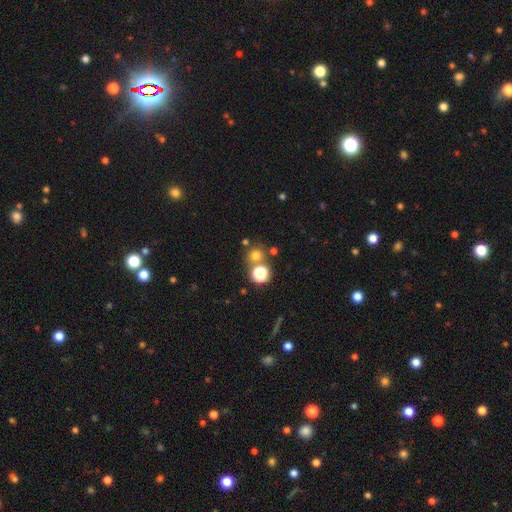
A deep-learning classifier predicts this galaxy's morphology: smooth 68%, star or artifact 24%, featured or disk 8%. Down the decision tree: how rounded — round (90%); merging — none (70%).